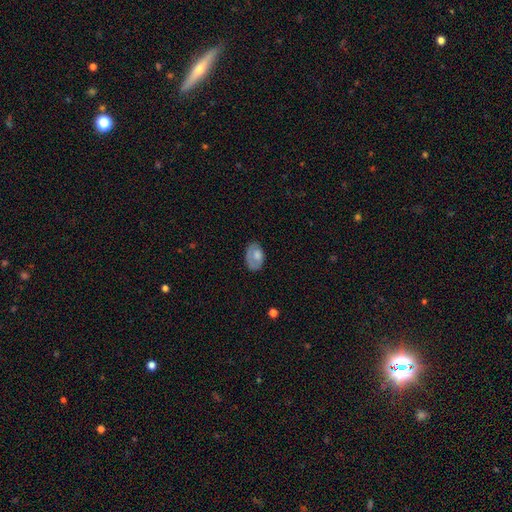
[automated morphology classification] smooth_or_featured: smooth (p=0.66) [alt: featured or disk p=0.27]
how_rounded: in between (p=0.87) [alt: round p=0.12]
merging: none (p=0.58) [alt: minor disturbance p=0.26]